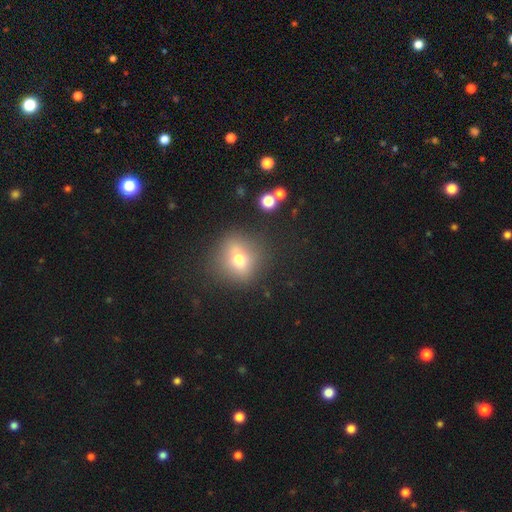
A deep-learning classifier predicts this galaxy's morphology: Smooth or featured?
  - smooth: 53% *
  - star or artifact: 29%
  - featured or disk: 18%
How rounded?
  - round: 71% *
  - in between: 27%
  - cigar-shaped: 3%
Merging?
  - none: 85% *
  - minor disturbance: 9%
  - major disturbance: 4%
  - merger: 2%